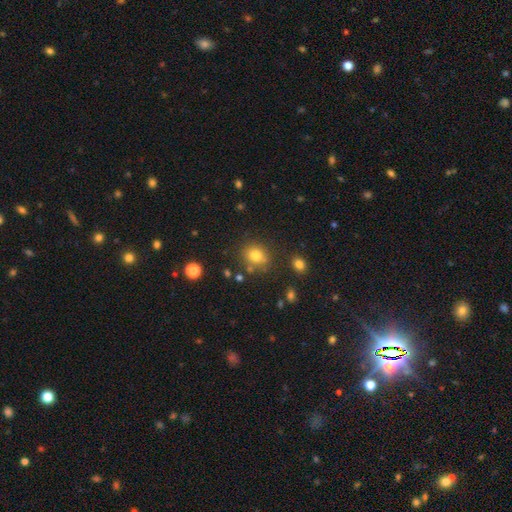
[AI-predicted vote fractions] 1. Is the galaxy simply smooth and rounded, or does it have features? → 80% smooth, 12% star or artifact, 8% featured or disk.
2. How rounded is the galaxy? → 63% round, 36% in between, 1% cigar-shaped.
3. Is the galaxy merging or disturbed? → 76% none, 13% minor disturbance, 7% merger, 4% major disturbance.